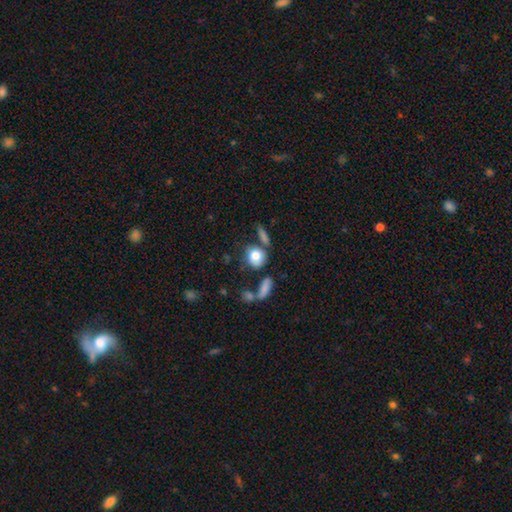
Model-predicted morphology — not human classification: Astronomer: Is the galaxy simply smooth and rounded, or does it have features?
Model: smooth — 80%.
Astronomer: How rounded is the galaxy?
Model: round — 64%.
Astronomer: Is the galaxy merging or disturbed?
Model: none — 58%.